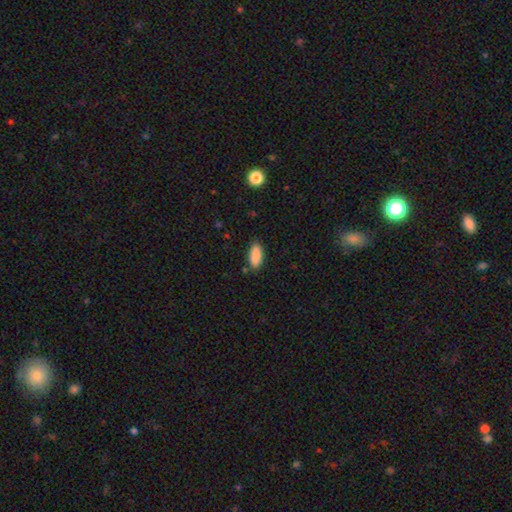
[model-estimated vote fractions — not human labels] This appears to be a smooth galaxy with no disk features (89%) that is in between round and cigar-shaped (87%). Merging: none (82%).